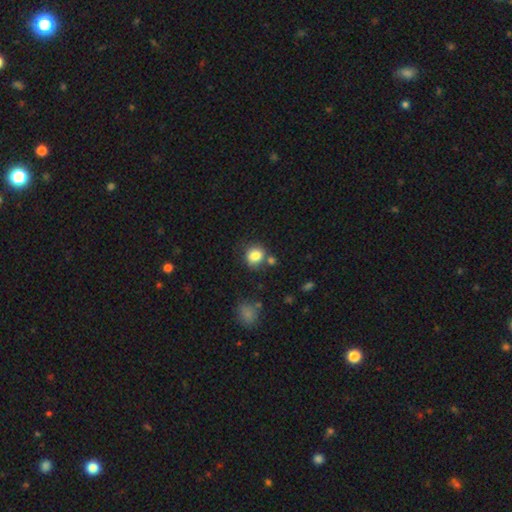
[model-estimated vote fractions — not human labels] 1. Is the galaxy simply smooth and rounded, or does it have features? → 84% smooth, 10% star or artifact, 6% featured or disk.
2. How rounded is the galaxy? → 72% round, 27% in between, 1% cigar-shaped.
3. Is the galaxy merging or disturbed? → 68% none, 15% minor disturbance, 13% merger, 4% major disturbance.